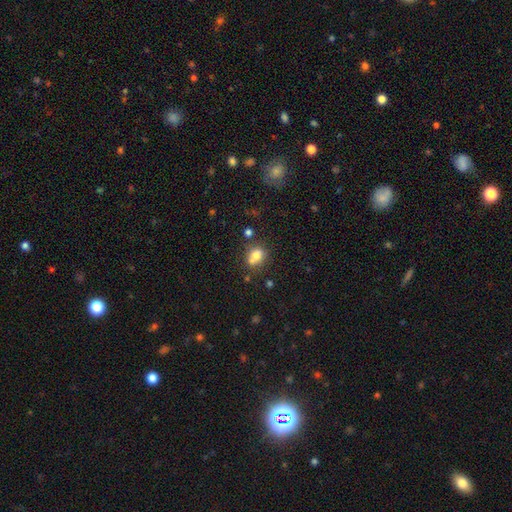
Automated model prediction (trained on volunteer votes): Overall: smooth (74%). How rounded: round (55%; in between 44%). Merging: none (46%; merger 33%).